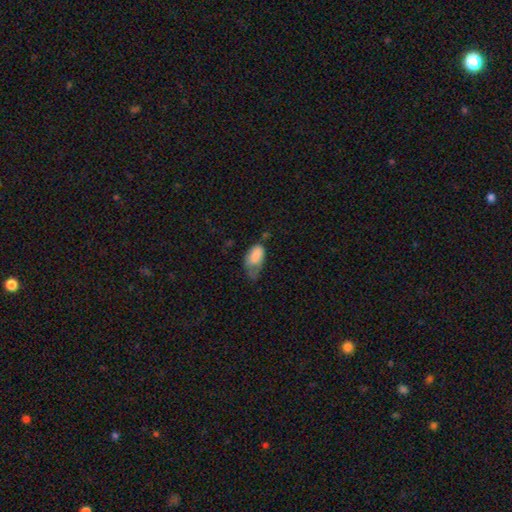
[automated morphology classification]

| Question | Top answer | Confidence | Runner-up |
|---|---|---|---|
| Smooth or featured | smooth | 77% | featured or disk (15%) |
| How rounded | in between | 93% | round (4%) |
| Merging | major disturbance | 38% | minor disturbance (37%) |